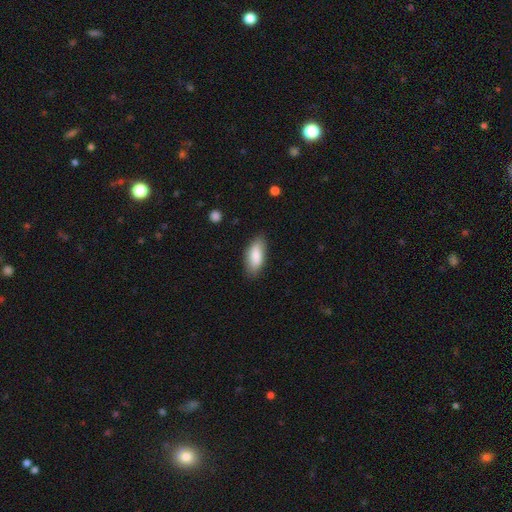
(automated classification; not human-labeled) Smooth or featured: smooth — 84% (featured or disk — 11%)
How rounded: in between — 81% (cigar-shaped — 17%)
Merging: none — 83% (minor disturbance — 13%)